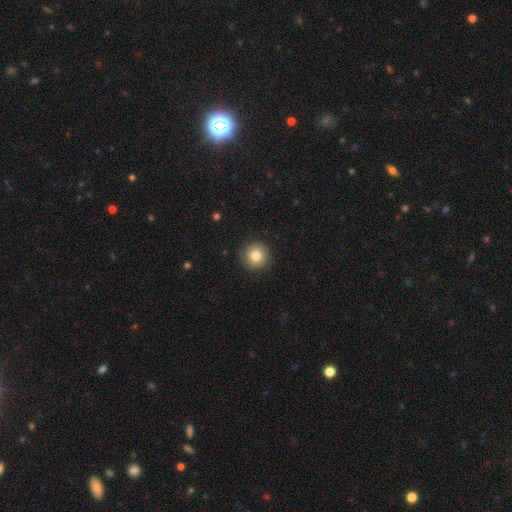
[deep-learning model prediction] Smooth or featured? Predicted: smooth (p=0.76). How rounded? Predicted: round (p=0.95). Merging? Predicted: none (p=0.87).